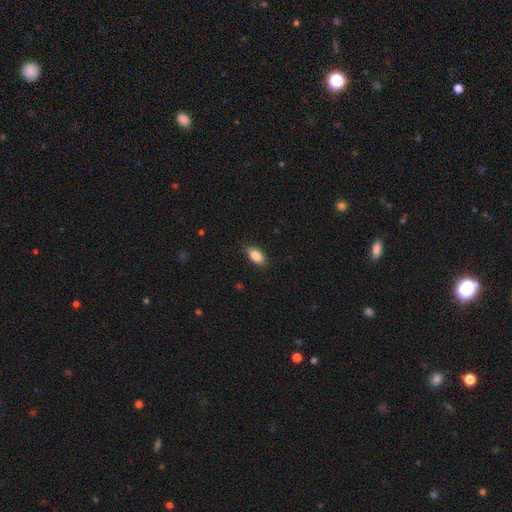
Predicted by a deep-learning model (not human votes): smooth_or_featured: smooth (p=0.86) [alt: star or artifact p=0.07]
how_rounded: in between (p=0.89) [alt: round p=0.06]
merging: none (p=0.85) [alt: minor disturbance p=0.11]